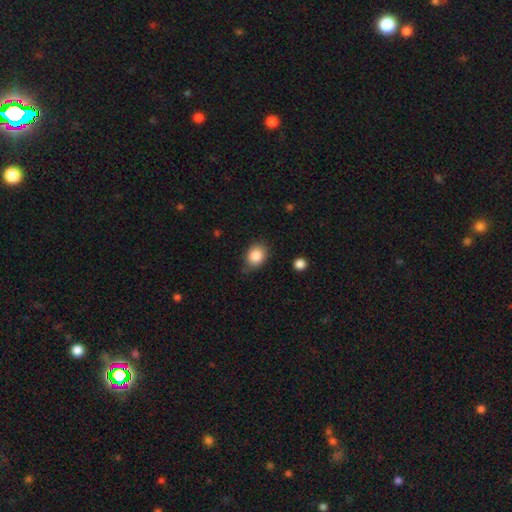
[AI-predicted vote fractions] Morphology: type=smooth (85%); roundness=round (55%); merging=none (71%).